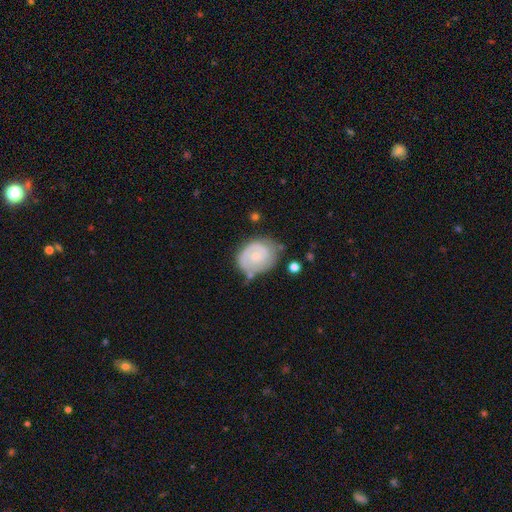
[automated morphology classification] Smooth or featured? featured or disk (56%)
Edge-on disk? no (97%)
Bar? no (75%)
Spiral arms? yes (72%)
Bulge size? small (59%)
Merging? none (55%)